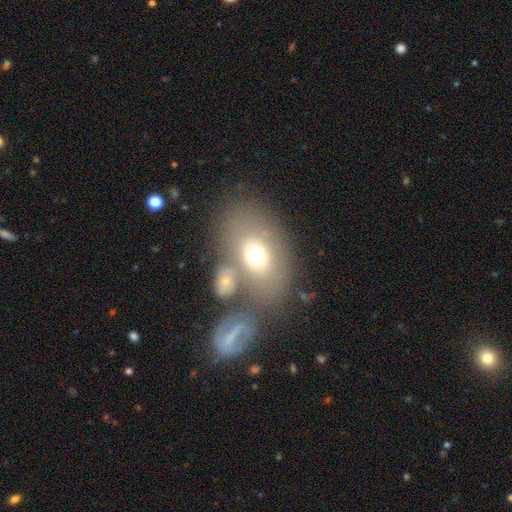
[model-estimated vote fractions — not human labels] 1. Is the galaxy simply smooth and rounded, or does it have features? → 63% smooth, 25% featured or disk, 11% star or artifact.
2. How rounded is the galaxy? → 74% in between, 24% round, 2% cigar-shaped.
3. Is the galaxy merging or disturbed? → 46% none, 30% merger, 14% minor disturbance, 10% major disturbance.